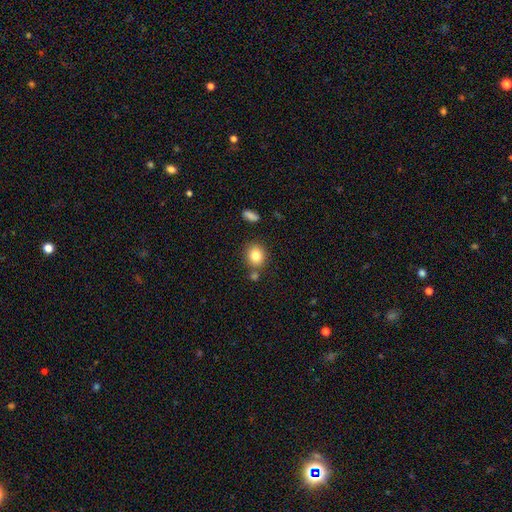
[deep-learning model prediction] Q: Smooth or featured?
A: smooth (82%); runner-up: star or artifact (10%)
Q: How rounded?
A: round (74%); runner-up: in between (25%)
Q: Merging?
A: none (75%); runner-up: merger (11%)